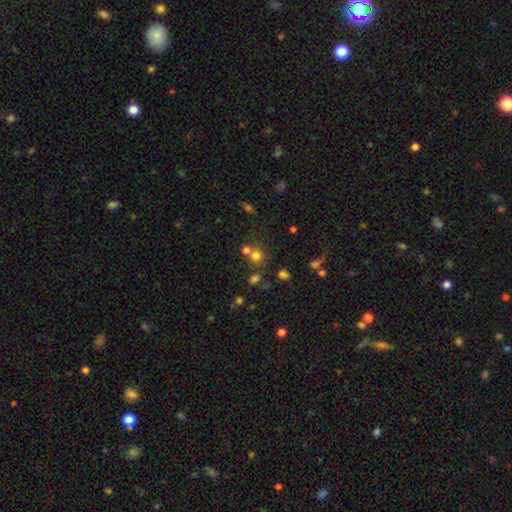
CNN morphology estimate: Smooth or featured?
  - smooth: 69% *
  - star or artifact: 21%
  - featured or disk: 10%
How rounded?
  - round: 85% *
  - in between: 14%
  - cigar-shaped: 1%
Merging?
  - none: 58% *
  - merger: 29%
  - minor disturbance: 9%
  - major disturbance: 4%